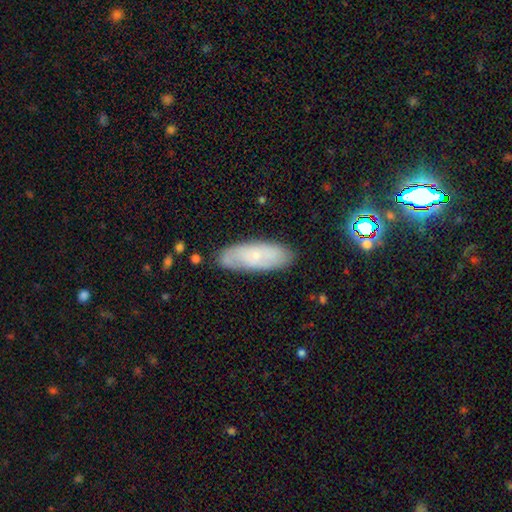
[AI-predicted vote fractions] A smooth galaxy with no disk features (53%) that is in between round and cigar-shaped (66%).

Vote fractions:
- Smooth or featured? smooth: 53% / featured or disk: 39% / star or artifact: 8%
- How rounded? in between: 66% / cigar-shaped: 31% / round: 2%
- Merging? none: 79% / minor disturbance: 16% / major disturbance: 3% / merger: 2%